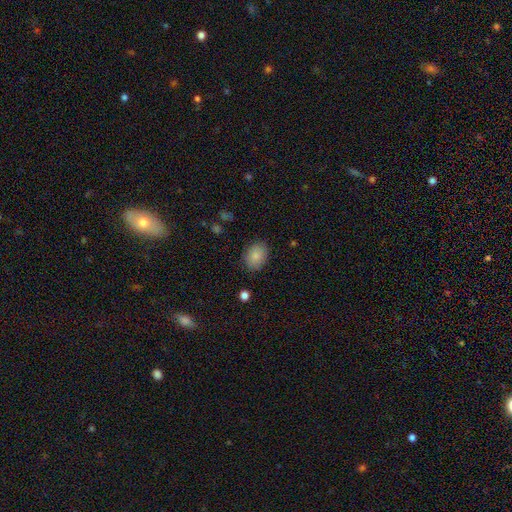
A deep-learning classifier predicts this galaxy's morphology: smooth_or_featured: smooth (p=0.85) [alt: star or artifact p=0.08]
how_rounded: in between (p=0.69) [alt: round p=0.30]
merging: none (p=0.85) [alt: minor disturbance p=0.11]